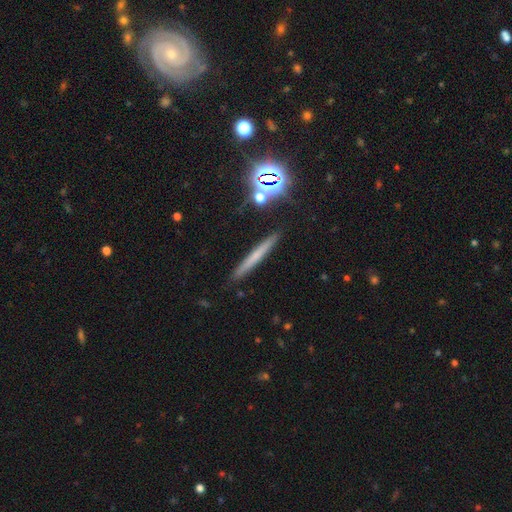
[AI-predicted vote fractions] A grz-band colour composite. It shows a smooth galaxy with no disk features (51%) that is cigar-shaped (95%). Merging: none (90%).